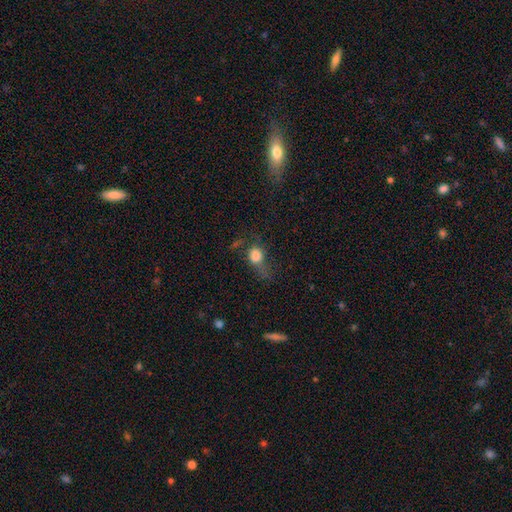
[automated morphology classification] The model was most divided on "merging": none: 36%, major disturbance: 34%, minor disturbance: 24%, merger: 5%. More confident: smooth or featured — smooth (69%); how rounded — round (61%).